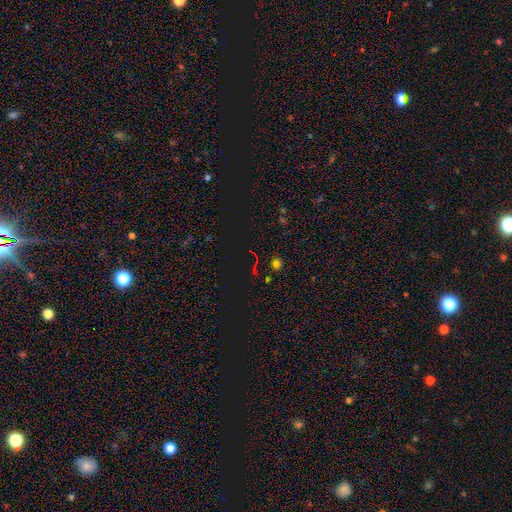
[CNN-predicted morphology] smooth_or_featured: star or artifact (p=0.66) [alt: smooth p=0.23]